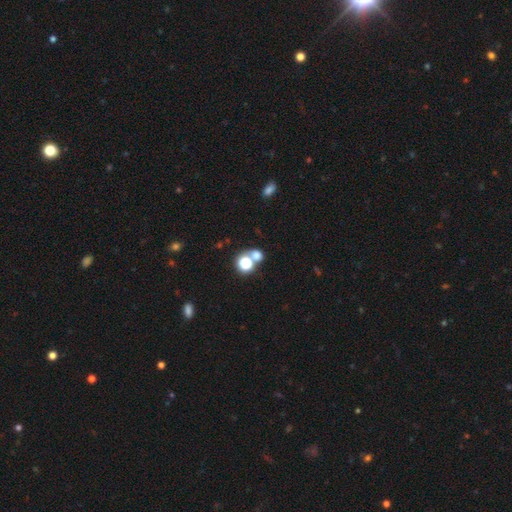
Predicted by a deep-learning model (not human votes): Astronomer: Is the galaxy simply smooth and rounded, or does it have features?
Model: smooth — 64%.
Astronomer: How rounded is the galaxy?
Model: round — 70%.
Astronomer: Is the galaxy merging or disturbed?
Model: none — 48% (runner-up: merger, 40%).